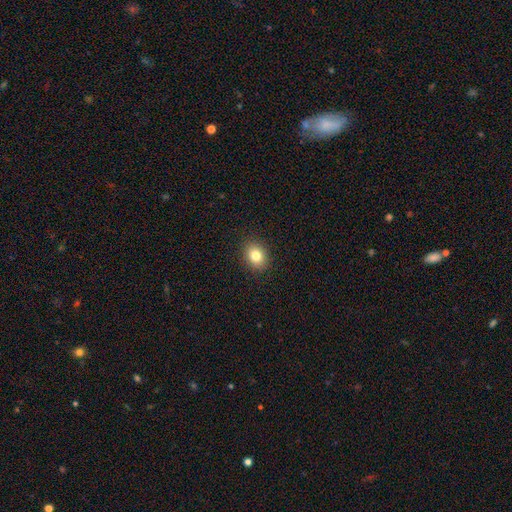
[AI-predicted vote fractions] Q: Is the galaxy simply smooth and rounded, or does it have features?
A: smooth — 82%.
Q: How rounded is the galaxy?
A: in between — 52%.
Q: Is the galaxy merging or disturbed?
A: none — 90%.